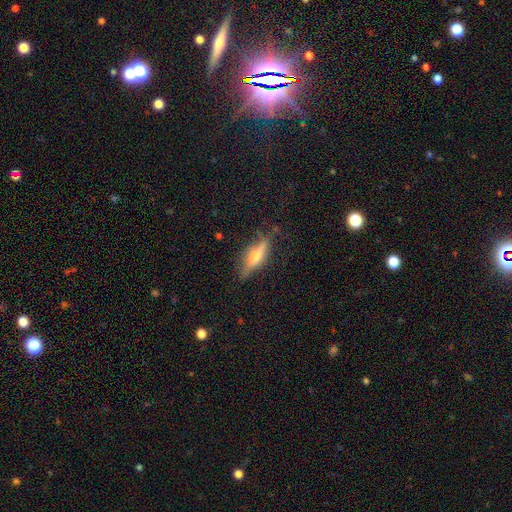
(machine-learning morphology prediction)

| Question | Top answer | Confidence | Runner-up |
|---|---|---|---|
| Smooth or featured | featured or disk | 61% | smooth (31%) |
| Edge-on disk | yes | 89% | no (11%) |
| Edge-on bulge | rounded | 90% | boxy (7%) |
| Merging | none | 73% | minor disturbance (19%) |